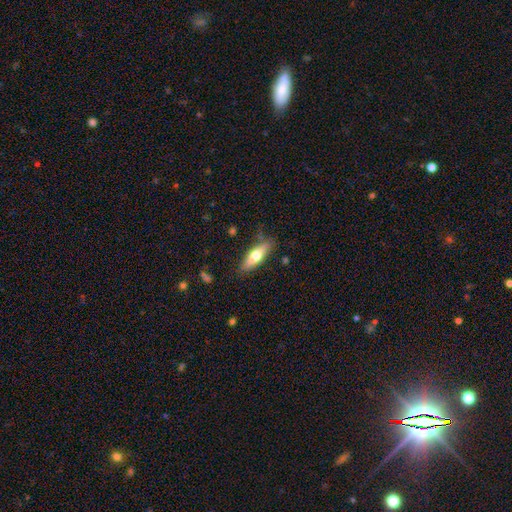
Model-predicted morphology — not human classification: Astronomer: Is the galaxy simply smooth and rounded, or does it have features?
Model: smooth — 54% (runner-up: featured or disk, 40%).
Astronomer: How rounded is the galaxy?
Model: cigar-shaped — 58% (runner-up: in between, 39%).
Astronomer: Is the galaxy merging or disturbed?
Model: none — 82%.